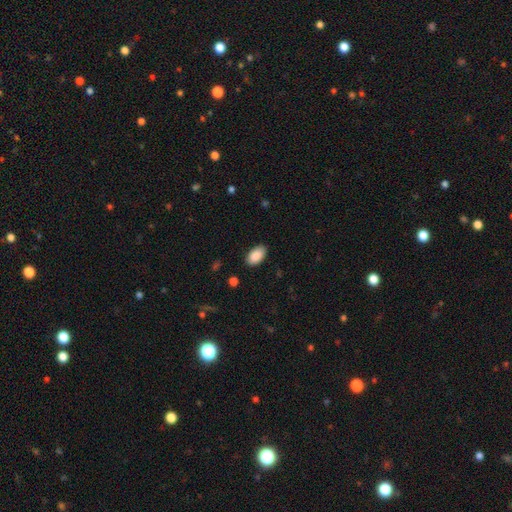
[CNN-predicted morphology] This is clearly a smooth galaxy (90%). How rounded: clearly in between (95%). Merging: clearly none (86%).